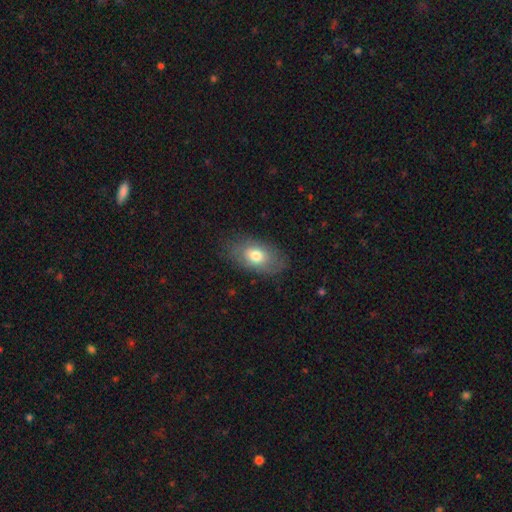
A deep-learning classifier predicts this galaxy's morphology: smooth 72%, featured or disk 20%, star or artifact 7%. Down the decision tree: how rounded — in between (90%); merging — none (77%).